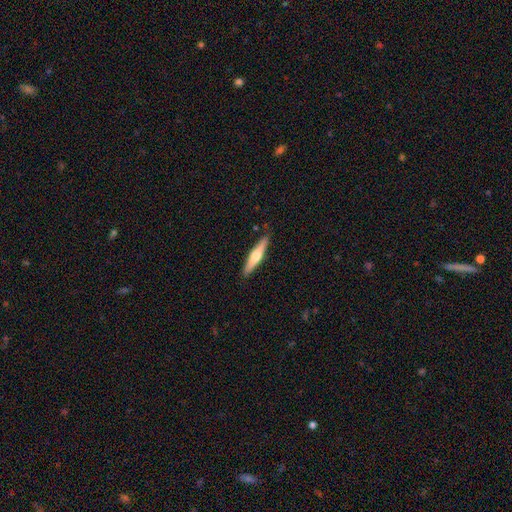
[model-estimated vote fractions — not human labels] Smooth or featured: featured or disk — 49% (smooth — 46%)
Merging: none — 89% (minor disturbance — 8%)